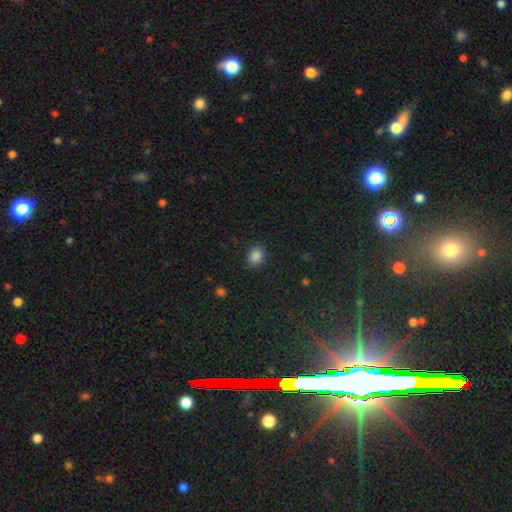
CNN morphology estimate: A smooth galaxy with no disk features (85%) that is round (63%). Merging: none (87%).